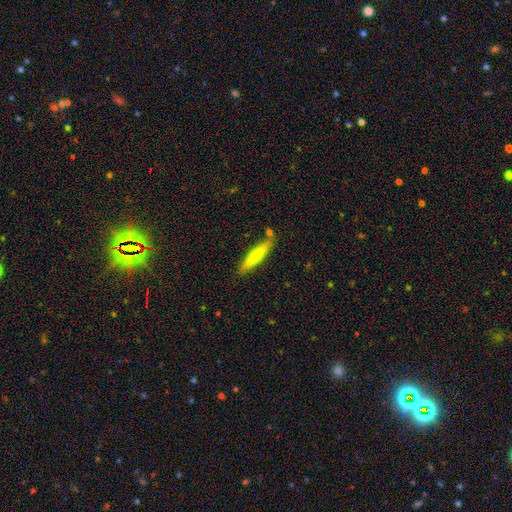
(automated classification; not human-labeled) This appears to be a smooth galaxy with no disk features (52%) that is cigar-shaped (89%). Merging: none (81%).